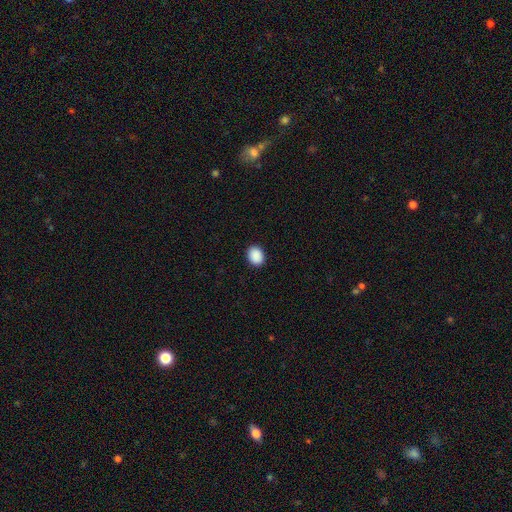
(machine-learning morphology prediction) A smooth galaxy with no disk features (90%) that is in between round and cigar-shaped (59%).

Vote fractions:
- Smooth or featured? smooth: 90% / star or artifact: 8% / featured or disk: 2%
- How rounded? in between: 59% / round: 40% / cigar-shaped: 1%
- Merging? none: 91% / minor disturbance: 6% / major disturbance: 2% / merger: 1%